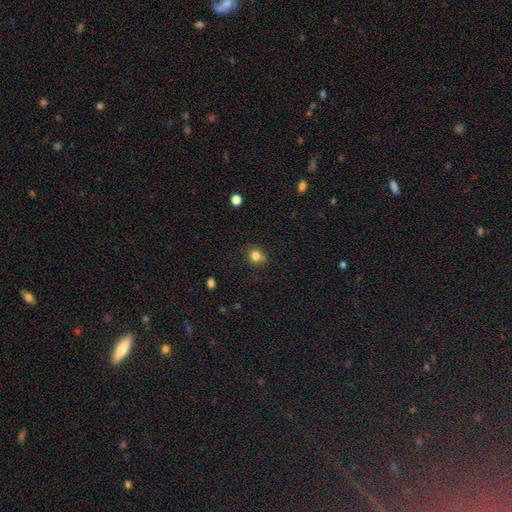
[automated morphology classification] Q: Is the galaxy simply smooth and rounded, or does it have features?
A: smooth — 82%.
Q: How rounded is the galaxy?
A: round — 79%.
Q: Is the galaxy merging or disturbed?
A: none — 77%.